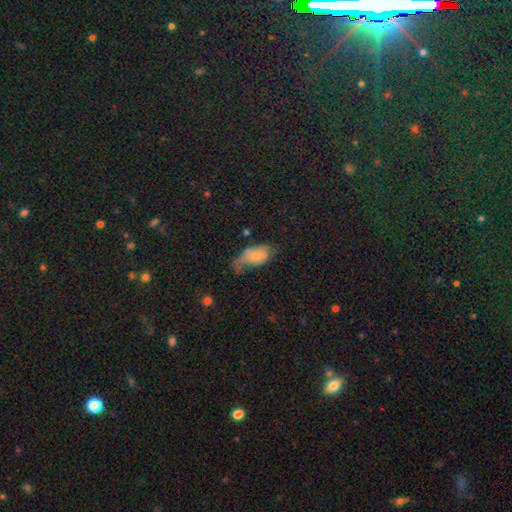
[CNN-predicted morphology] Smooth or featured?
  - smooth: 65% *
  - featured or disk: 26%
  - star or artifact: 9%
How rounded?
  - in between: 92% *
  - round: 5%
  - cigar-shaped: 3%
Merging?
  - major disturbance: 38% *
  - minor disturbance: 31%
  - none: 23%
  - merger: 8%